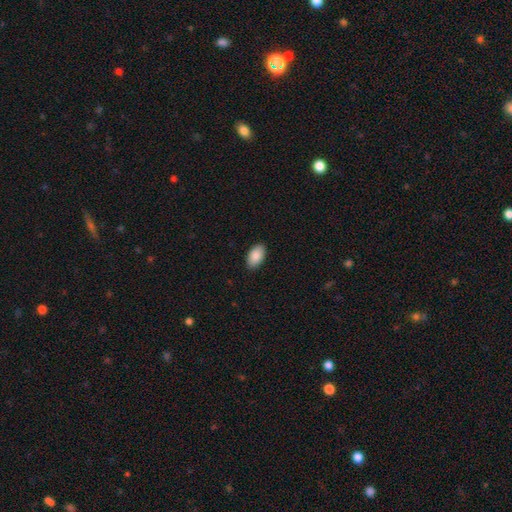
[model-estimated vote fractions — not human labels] Smooth or featured?
  - smooth: 89% *
  - star or artifact: 6%
  - featured or disk: 5%
How rounded?
  - in between: 95% *
  - round: 3%
  - cigar-shaped: 2%
Merging?
  - none: 90% *
  - minor disturbance: 8%
  - major disturbance: 2%
  - merger: 1%